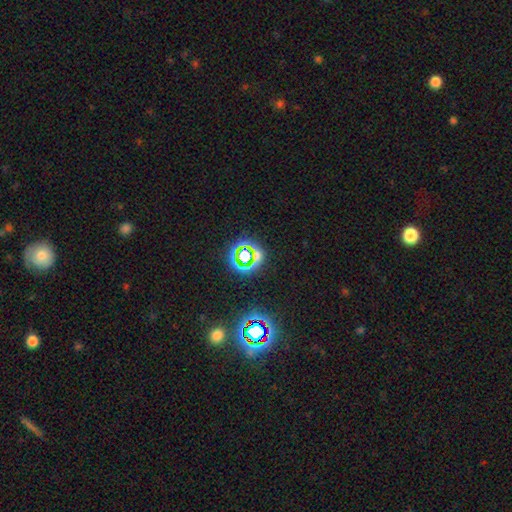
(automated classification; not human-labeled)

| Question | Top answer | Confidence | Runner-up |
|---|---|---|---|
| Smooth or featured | star or artifact | 66% | smooth (21%) |